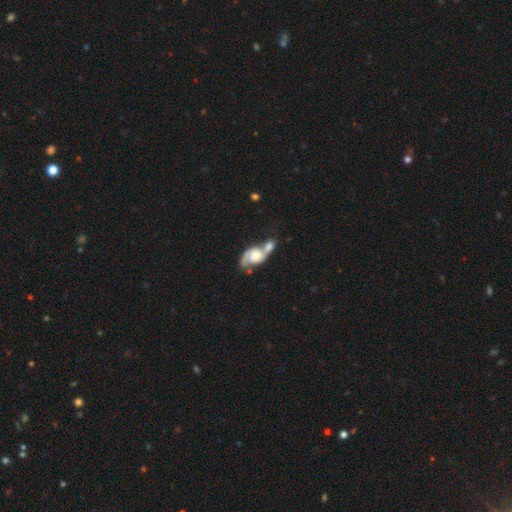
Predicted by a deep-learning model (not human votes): A featured or disk galaxy (66%) with no bar (72%), 2 (78%) medium (41%) spiral arms (85%) and a moderate central bulge (45%). Merging: merger (68%).